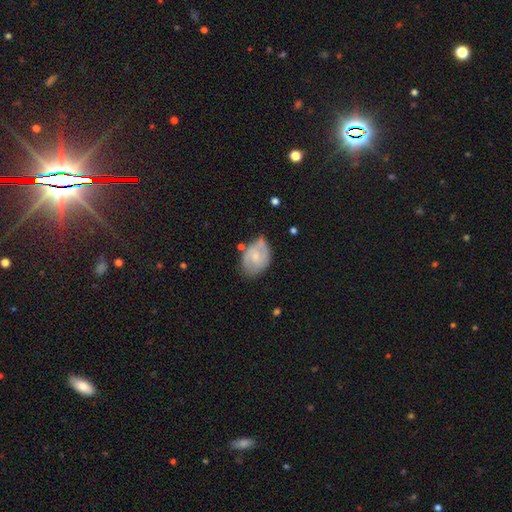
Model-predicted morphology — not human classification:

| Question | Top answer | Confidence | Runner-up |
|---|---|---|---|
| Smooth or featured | featured or disk | 61% | smooth (33%) |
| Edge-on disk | no | 97% | yes (3%) |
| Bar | no | 59% | weak (36%) |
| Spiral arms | yes | 83% | no (17%) |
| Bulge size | small | 58% | moderate (35%) |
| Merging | none | 57% | minor disturbance (29%) |